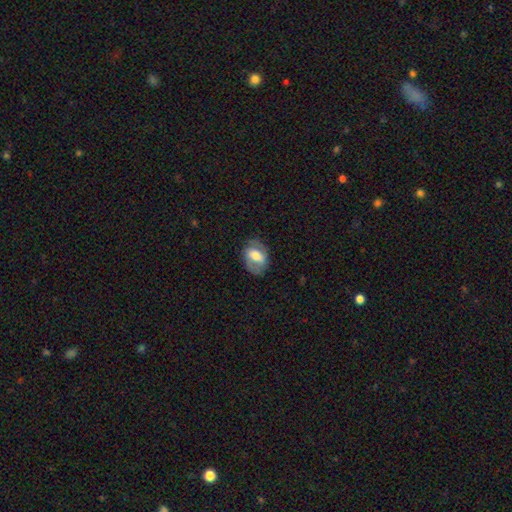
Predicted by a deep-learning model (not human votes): Q: Smooth or featured?
A: smooth (53%); runner-up: featured or disk (40%)
Q: How rounded?
A: in between (77%); runner-up: round (21%)
Q: Merging?
A: none (71%); runner-up: minor disturbance (19%)